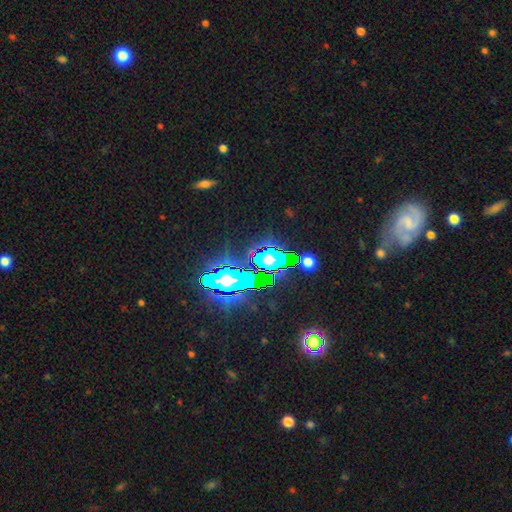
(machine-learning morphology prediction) A star or artifact, not a galaxy (75%).

Vote fractions:
- Smooth or featured? star or artifact: 75% / smooth: 13% / featured or disk: 12%